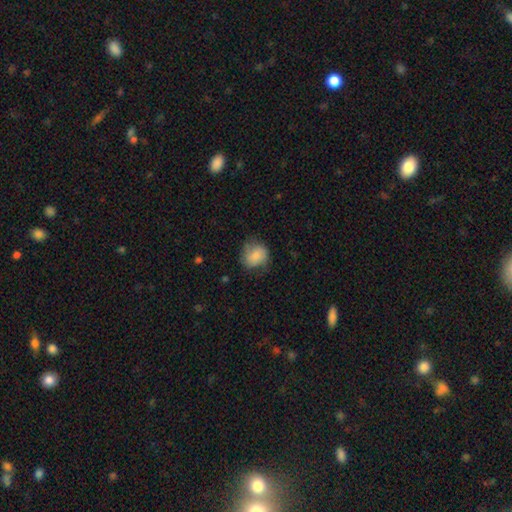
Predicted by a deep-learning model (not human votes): This appears to be a smooth galaxy with no disk features (78%) that is round (70%). Merging: none (64%).